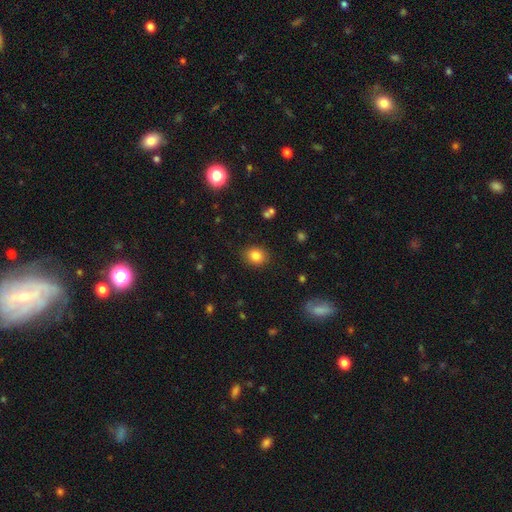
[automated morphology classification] Smooth or featured: smooth — 83% (star or artifact — 11%)
How rounded: round — 62% (in between — 37%)
Merging: none — 88% (minor disturbance — 8%)